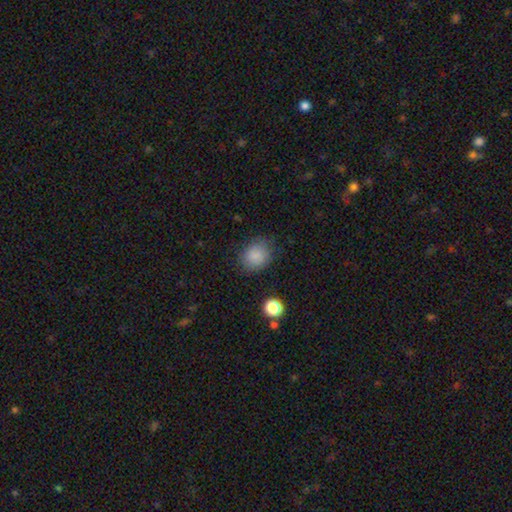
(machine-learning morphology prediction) type=smooth (86%); roundness=round (62%); merging=none (78%).